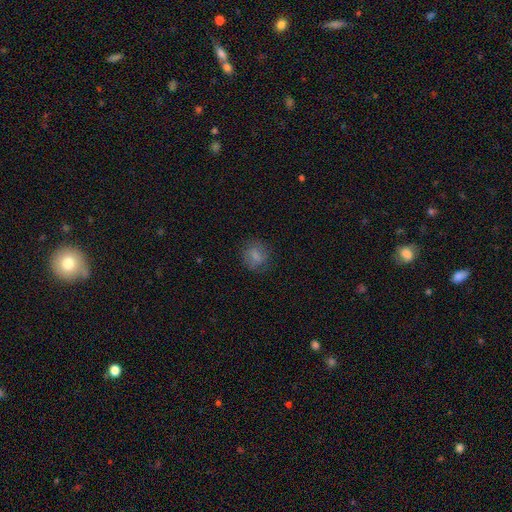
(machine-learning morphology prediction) The model was most divided on "how rounded": round: 78%, in between: 21%, cigar-shaped: 1%. More confident: merging — none (79%); smooth or featured — smooth (78%).